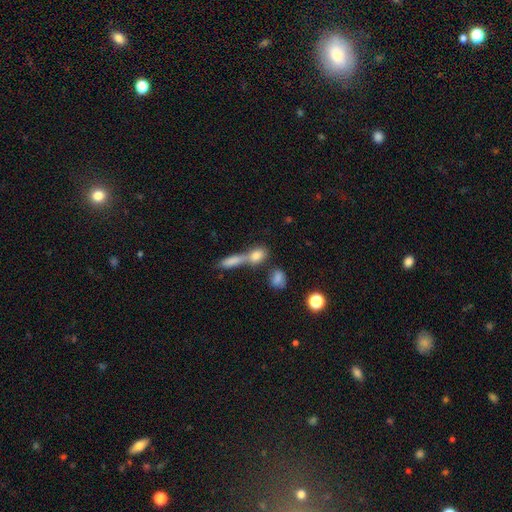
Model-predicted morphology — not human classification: A smooth galaxy with no disk features (75%) that is in between round and cigar-shaped (52%).

Vote fractions:
- Smooth or featured? smooth: 75% / featured or disk: 14% / star or artifact: 11%
- How rounded? in between: 52% / cigar-shaped: 24% / round: 24%
- Merging? merger: 52% / none: 35% / minor disturbance: 8% / major disturbance: 5%